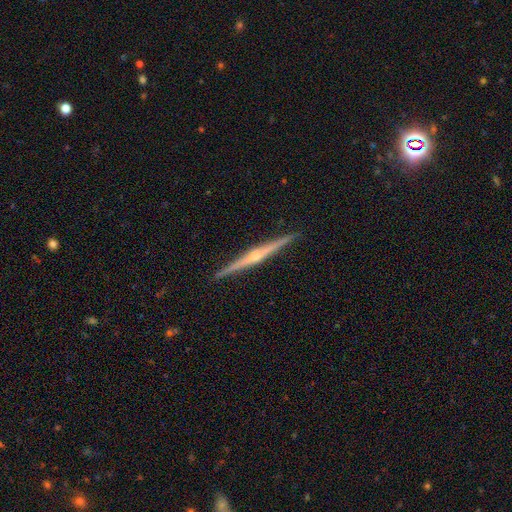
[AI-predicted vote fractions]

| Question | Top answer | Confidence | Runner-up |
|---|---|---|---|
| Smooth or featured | featured or disk | 83% | smooth (12%) |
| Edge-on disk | yes | 99% | no (1%) |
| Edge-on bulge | rounded | 83% | none (12%) |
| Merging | none | 92% | minor disturbance (5%) |